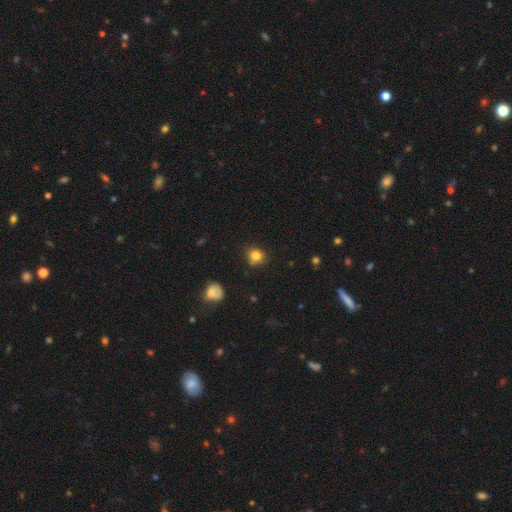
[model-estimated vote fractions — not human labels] A smooth galaxy with no disk features (82%) that is round (77%). Merging: none (75%).